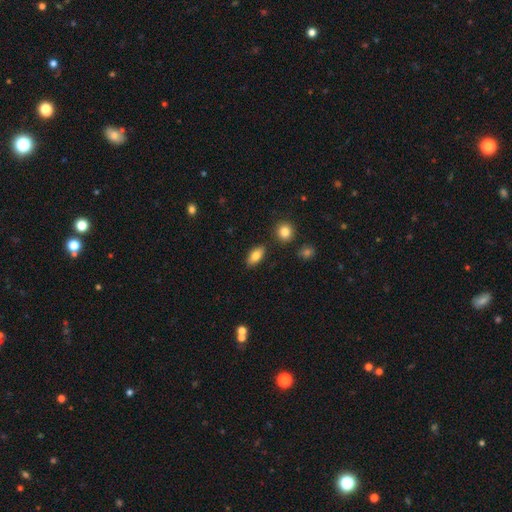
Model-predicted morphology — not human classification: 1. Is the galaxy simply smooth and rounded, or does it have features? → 81% smooth, 11% featured or disk, 8% star or artifact.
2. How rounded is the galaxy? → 90% in between, 6% cigar-shaped, 5% round.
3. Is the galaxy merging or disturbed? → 86% none, 9% minor disturbance, 3% merger, 2% major disturbance.